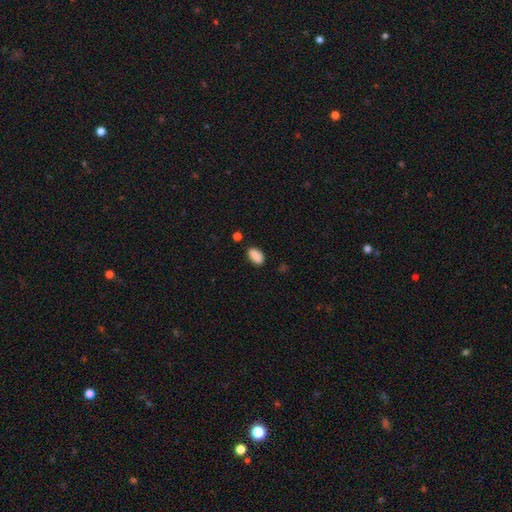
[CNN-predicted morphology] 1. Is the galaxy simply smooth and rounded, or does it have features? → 89% smooth, 8% star or artifact, 3% featured or disk.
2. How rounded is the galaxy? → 92% in between, 5% round, 3% cigar-shaped.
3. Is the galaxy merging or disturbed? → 82% none, 13% minor disturbance, 3% merger, 3% major disturbance.